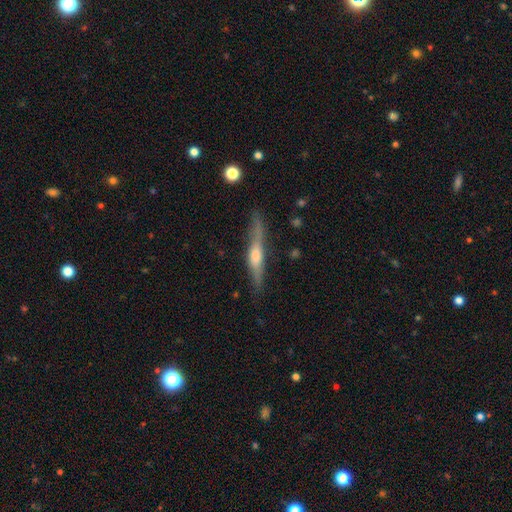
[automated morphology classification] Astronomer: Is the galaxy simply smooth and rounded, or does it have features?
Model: featured or disk — 66%.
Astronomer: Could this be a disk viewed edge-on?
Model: yes — 95%.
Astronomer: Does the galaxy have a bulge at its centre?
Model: rounded — 70%.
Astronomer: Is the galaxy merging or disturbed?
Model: none — 77%.